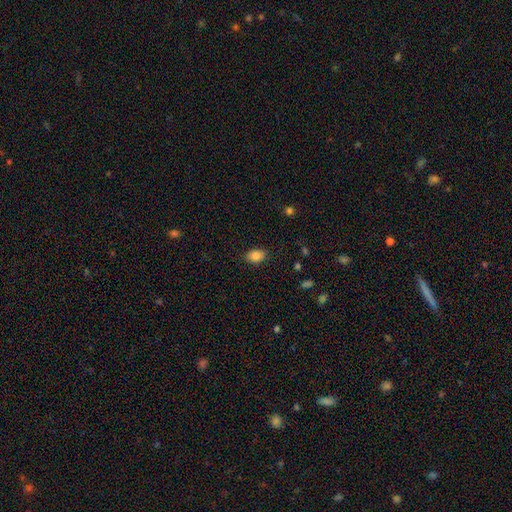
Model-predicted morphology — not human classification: Smooth or featured?
  - smooth: 86% *
  - star or artifact: 9%
  - featured or disk: 5%
How rounded?
  - in between: 78% *
  - round: 21%
  - cigar-shaped: 1%
Merging?
  - none: 85% *
  - minor disturbance: 12%
  - major disturbance: 3%
  - merger: 1%